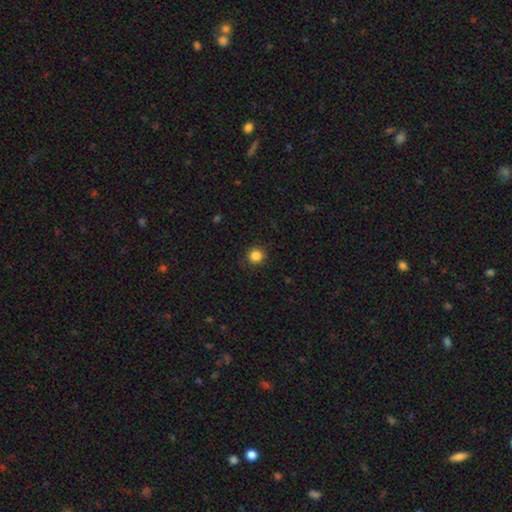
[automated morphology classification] This appears to be a smooth galaxy with no disk features (85%) that is round (94%). Merging: none (90%).